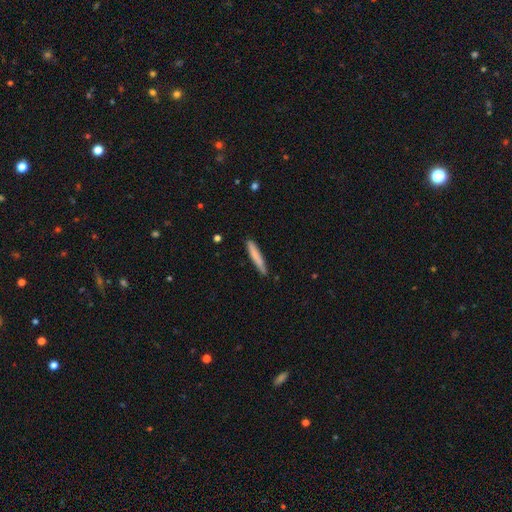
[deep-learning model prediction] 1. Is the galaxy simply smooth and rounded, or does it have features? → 75% smooth, 19% featured or disk, 6% star or artifact.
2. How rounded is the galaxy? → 94% cigar-shaped, 4% in between, 1% round.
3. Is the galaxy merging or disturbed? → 85% none, 11% minor disturbance, 2% major disturbance, 2% merger.